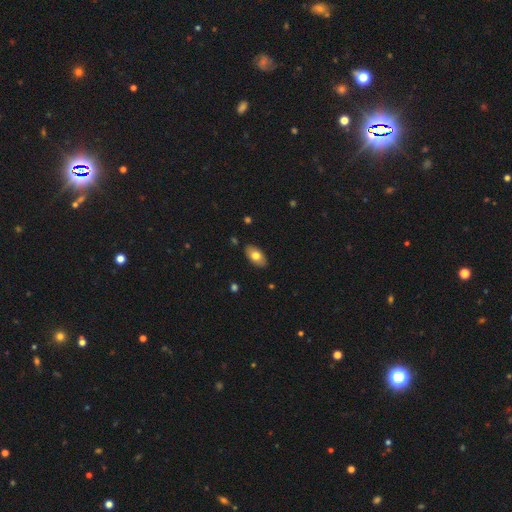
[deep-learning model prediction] Morphology: type=smooth (72%); roundness=in between (93%); merging=none (87%).